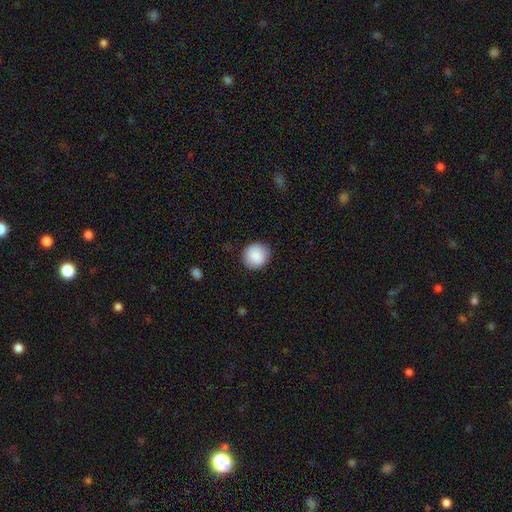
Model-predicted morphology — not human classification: The model was most divided on "merging": none: 89%, minor disturbance: 8%, major disturbance: 2%, merger: 1%. More confident: how rounded — round (90%); smooth or featured — smooth (89%).